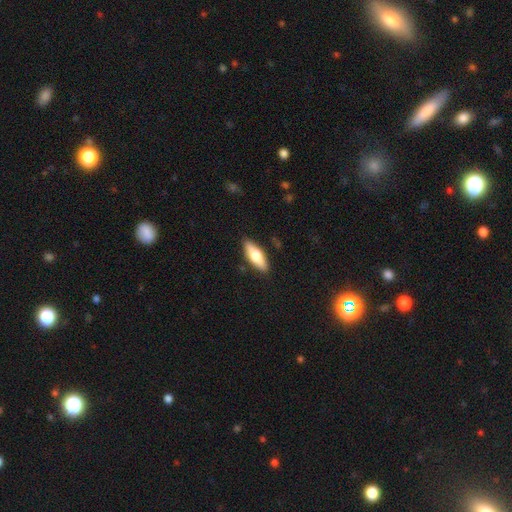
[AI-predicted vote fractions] Morphology: type=smooth (65%); roundness=in between (61%); merging=none (87%).